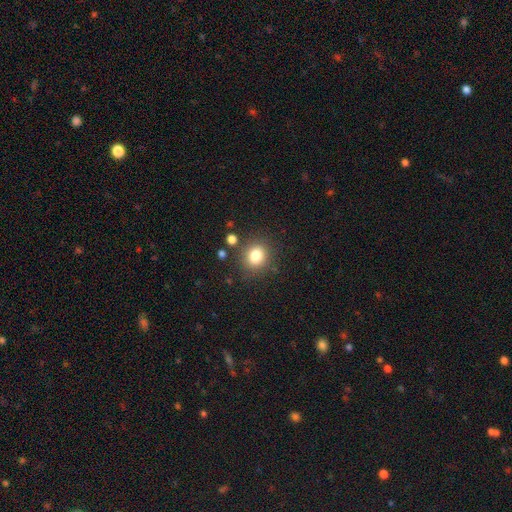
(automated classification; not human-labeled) Morphology: type=smooth (81%); roundness=round (76%); merging=none (83%).